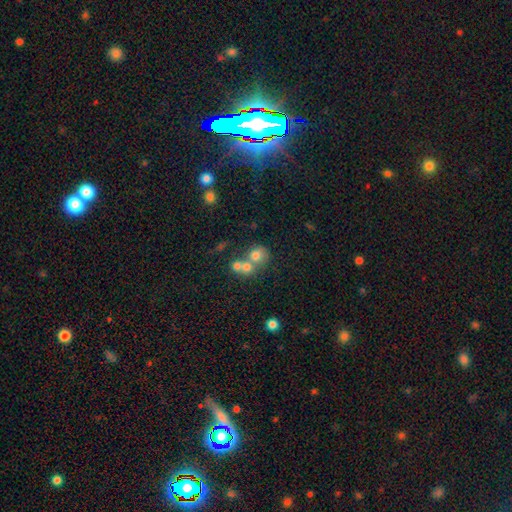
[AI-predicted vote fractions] Smooth or featured?
  - smooth: 68% *
  - featured or disk: 19%
  - star or artifact: 13%
How rounded?
  - round: 78% *
  - in between: 21%
  - cigar-shaped: 1%
Merging?
  - merger: 58% *
  - none: 31%
  - minor disturbance: 7%
  - major disturbance: 4%